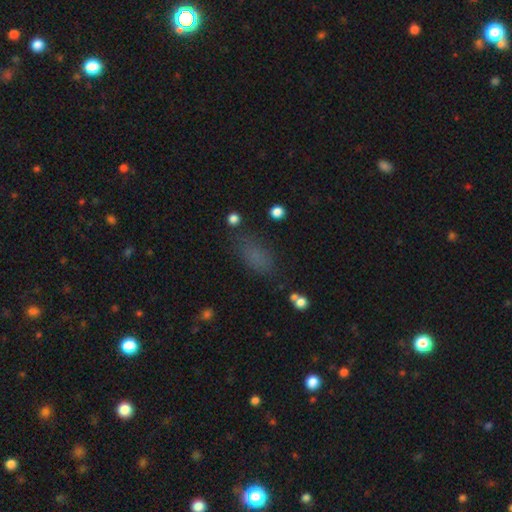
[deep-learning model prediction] A smooth galaxy with no disk features (72%) that is in between round and cigar-shaped (82%).

Vote fractions:
- Smooth or featured? smooth: 72% / star or artifact: 19% / featured or disk: 9%
- How rounded? in between: 82% / cigar-shaped: 11% / round: 7%
- Merging? none: 73% / minor disturbance: 16% / major disturbance: 7% / merger: 3%